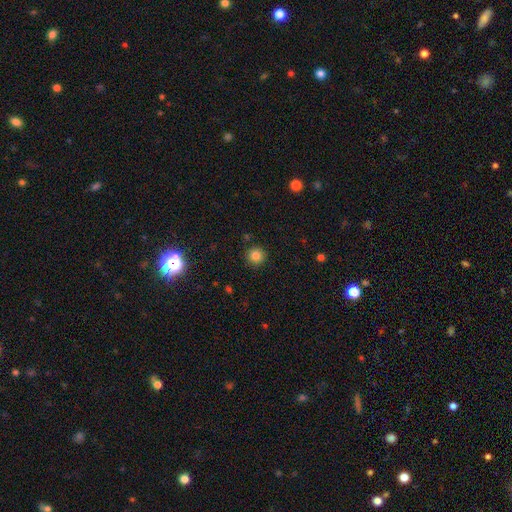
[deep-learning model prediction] This appears to be a smooth galaxy with no disk features (83%) that is round (95%). Merging: none (90%).